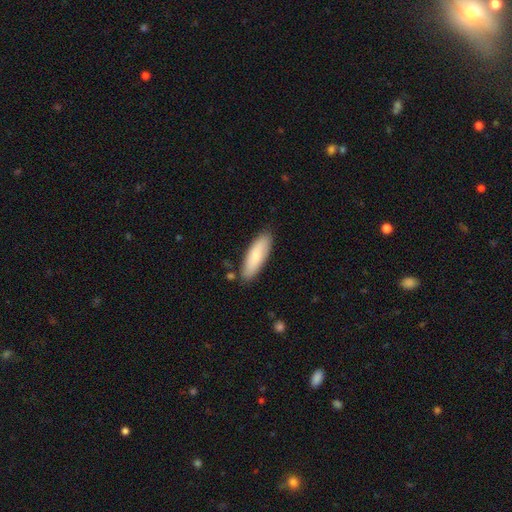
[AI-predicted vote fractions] This appears to be a smooth galaxy with no disk features (77%) that is in between round and cigar-shaped (54%). Merging: none (83%).